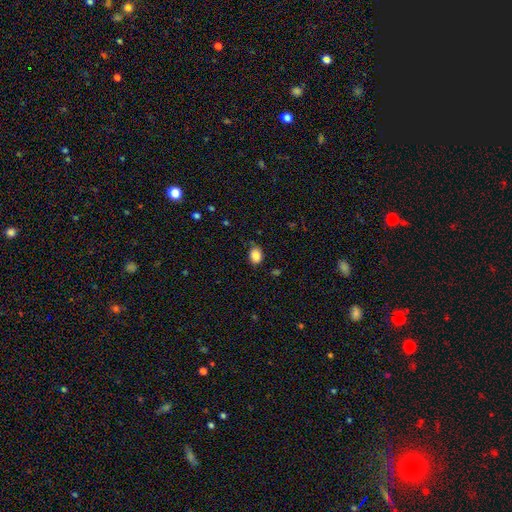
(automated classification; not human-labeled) Q: Smooth or featured?
A: smooth (86%); runner-up: star or artifact (9%)
Q: How rounded?
A: in between (61%); runner-up: round (38%)
Q: Merging?
A: none (72%); runner-up: minor disturbance (22%)